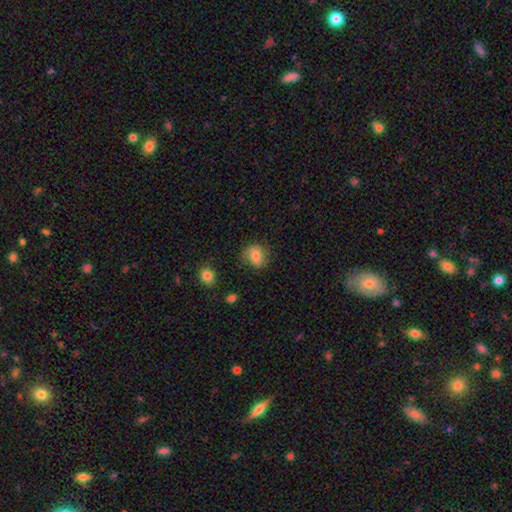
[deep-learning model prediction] Overall: smooth (70%). How rounded: round (60%; in between 38%). Merging: none (69%).